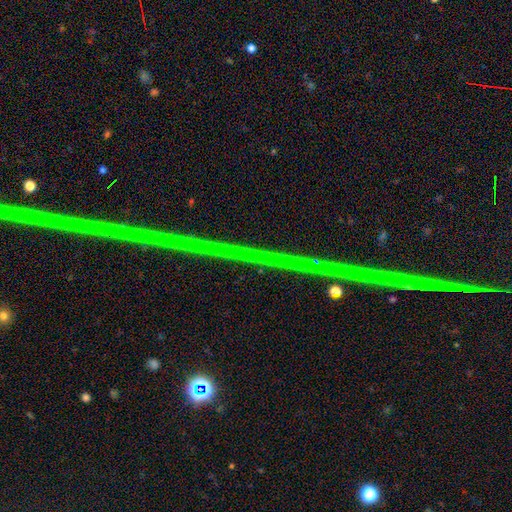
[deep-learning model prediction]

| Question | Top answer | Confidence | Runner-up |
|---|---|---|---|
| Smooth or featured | star or artifact | 86% | featured or disk (10%) |